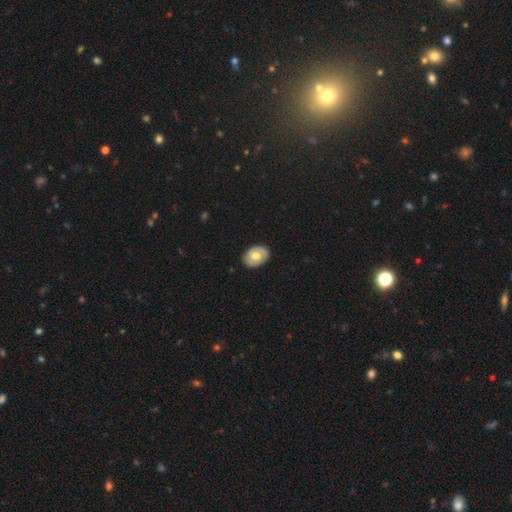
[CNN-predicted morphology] Smooth or featured: smooth — 55% (featured or disk — 39%)
How rounded: in between — 73% (round — 26%)
Merging: none — 85% (minor disturbance — 11%)